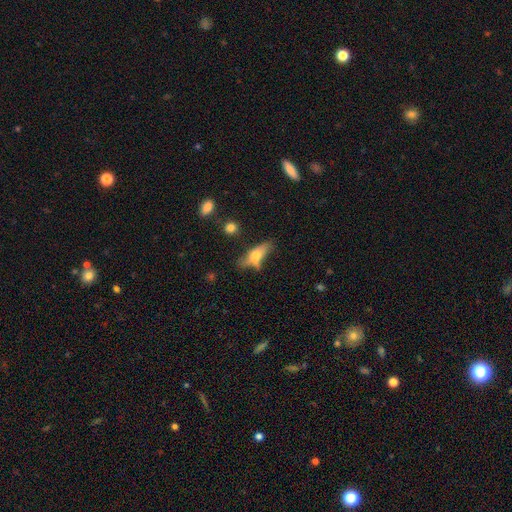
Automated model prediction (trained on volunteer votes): Smooth or featured?
  - smooth: 56% *
  - featured or disk: 35%
  - star or artifact: 10%
How rounded?
  - in between: 60% *
  - cigar-shaped: 36%
  - round: 4%
Merging?
  - none: 45% *
  - minor disturbance: 28%
  - major disturbance: 19%
  - merger: 9%